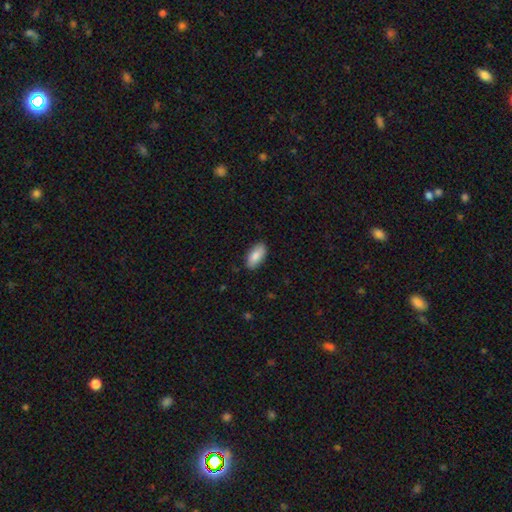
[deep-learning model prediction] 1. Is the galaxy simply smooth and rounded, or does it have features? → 82% smooth, 12% featured or disk, 6% star or artifact.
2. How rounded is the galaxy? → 93% in between, 5% cigar-shaped, 3% round.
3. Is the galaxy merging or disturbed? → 86% none, 11% minor disturbance, 2% major disturbance, 1% merger.